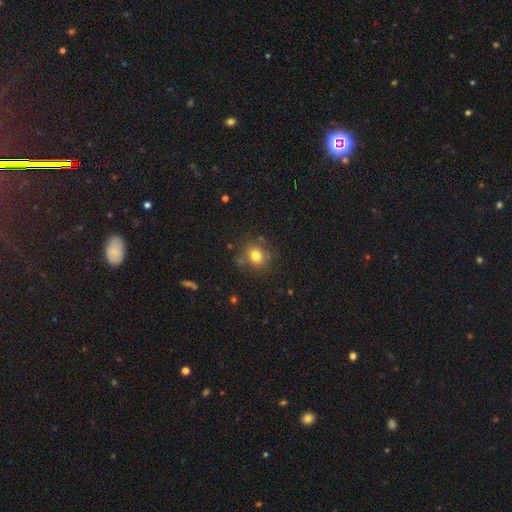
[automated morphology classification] smooth-or-featured: smooth: 77% | star or artifact: 13% | featured or disk: 11%
  how-rounded: round: 84% | in between: 16% | cigar-shaped: 1%
  merging: none: 77% | minor disturbance: 14% | major disturbance: 5% | merger: 4%